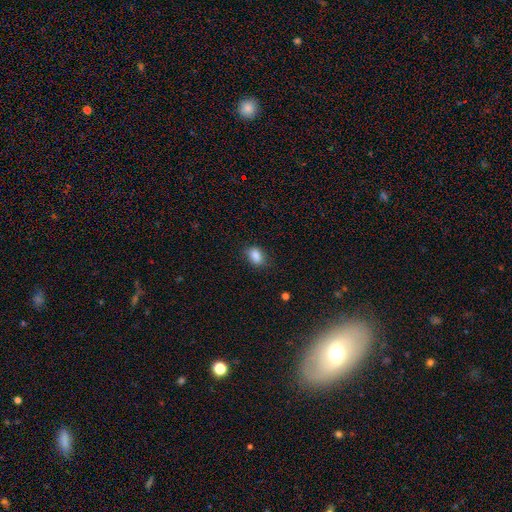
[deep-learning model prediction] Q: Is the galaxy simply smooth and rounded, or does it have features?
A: smooth — 87%.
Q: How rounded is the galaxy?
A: in between — 79%.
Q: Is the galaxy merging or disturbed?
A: none — 77%.